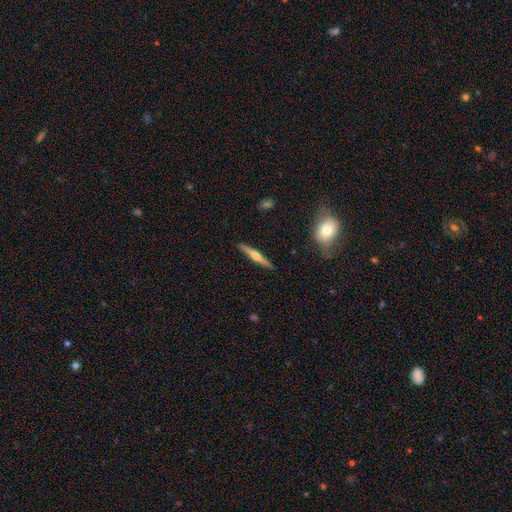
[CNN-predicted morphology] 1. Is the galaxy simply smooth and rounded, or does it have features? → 60% featured or disk, 35% smooth, 6% star or artifact.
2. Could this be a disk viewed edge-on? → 97% yes, 3% no.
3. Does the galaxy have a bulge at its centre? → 81% rounded, 11% none, 8% boxy.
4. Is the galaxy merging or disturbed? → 89% none, 8% minor disturbance, 2% major disturbance, 1% merger.